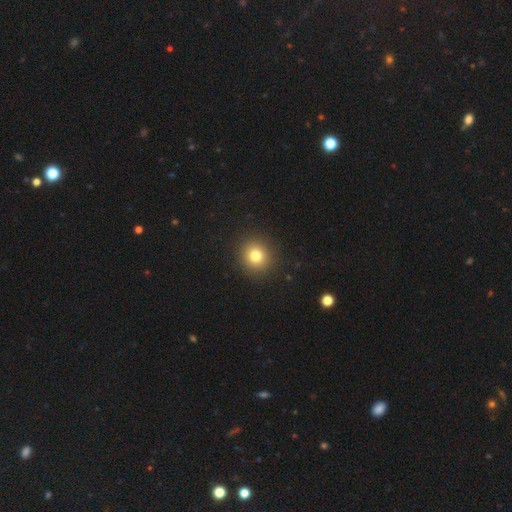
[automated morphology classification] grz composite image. It shows a smooth galaxy with no disk features (79%) that is round (90%). Merging: none (92%).